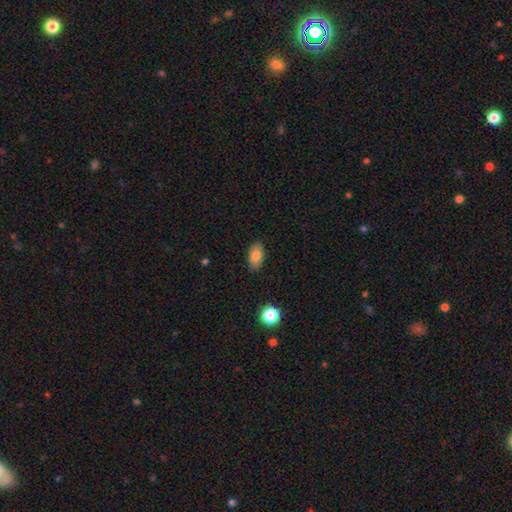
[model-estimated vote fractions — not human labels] Smooth or featured? smooth (84%)
How rounded? in between (91%)
Merging? none (85%)